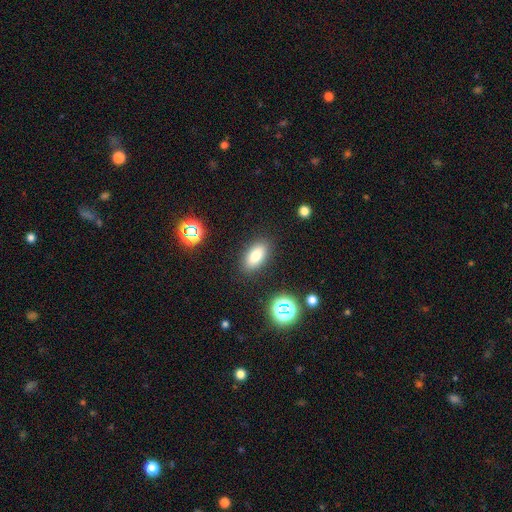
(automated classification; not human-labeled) smooth-or-featured: smooth: 80% | star or artifact: 11% | featured or disk: 9%
  how-rounded: in between: 88% | cigar-shaped: 7% | round: 5%
  merging: none: 87% | minor disturbance: 9% | major disturbance: 3% | merger: 2%